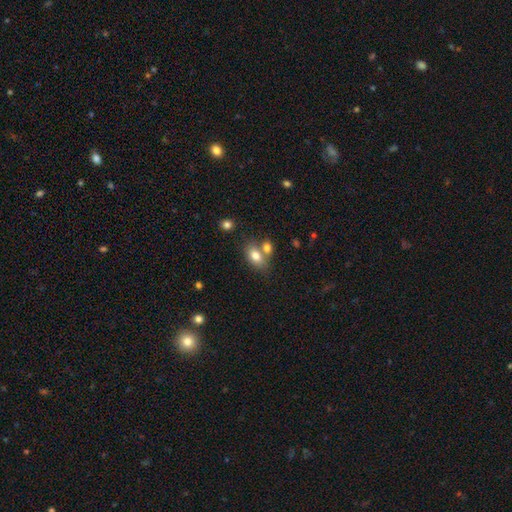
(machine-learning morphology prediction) smooth 78%, featured or disk 13%, star or artifact 9%. Down the decision tree: how rounded — in between (85%); merging — none (49%).